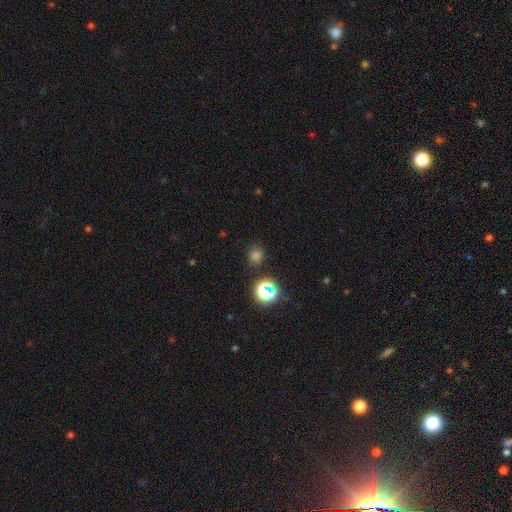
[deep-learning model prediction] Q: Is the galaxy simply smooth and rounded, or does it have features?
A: smooth — 70%.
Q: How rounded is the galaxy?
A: round — 80%.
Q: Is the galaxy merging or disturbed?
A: none — 81%.